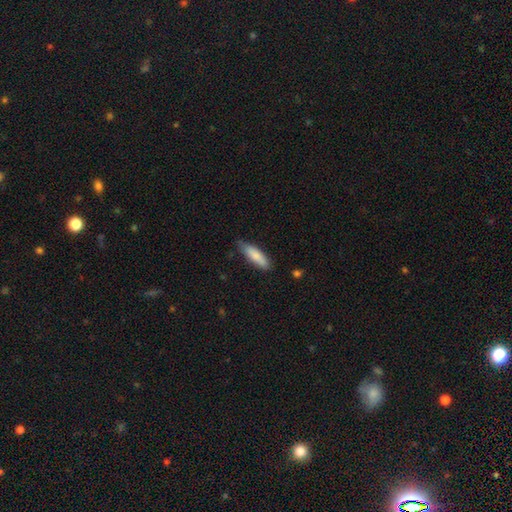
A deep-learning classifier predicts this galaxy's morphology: Smooth or featured? Predicted: smooth (p=0.81). How rounded? Predicted: cigar-shaped (p=0.58). Merging? Predicted: none (p=0.73).